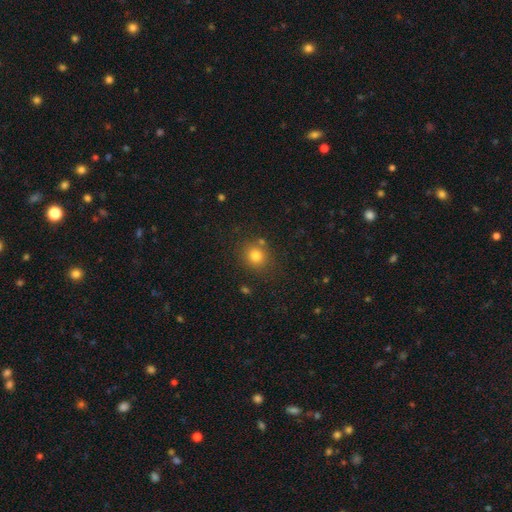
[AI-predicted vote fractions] A smooth galaxy with no disk features (79%) that is round (81%). Merging: none (80%).